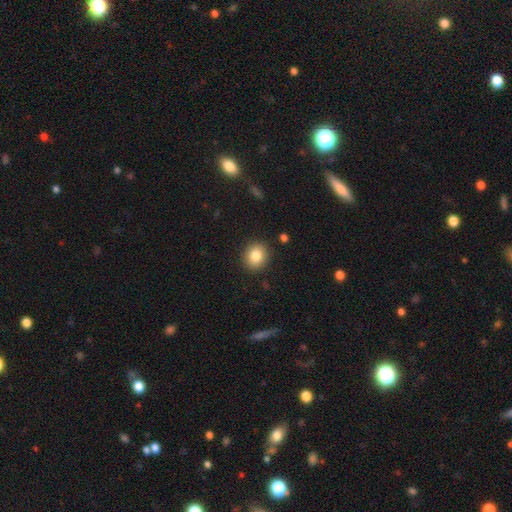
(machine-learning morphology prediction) Overall: smooth (84%). How rounded: round (73%). Merging: none (89%).